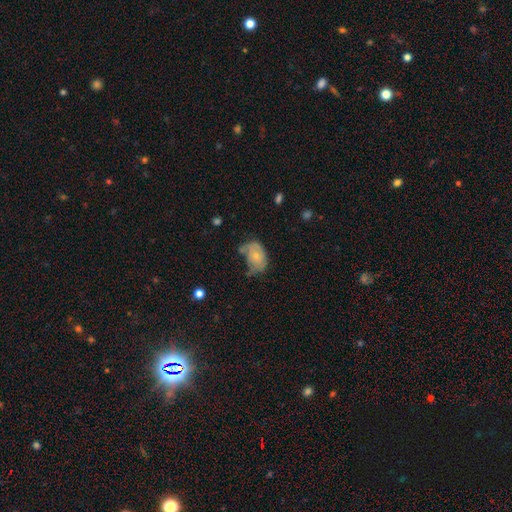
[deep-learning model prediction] This appears to be a smooth galaxy with no disk features (54%) that is in between round and cigar-shaped (78%). Merging: minor disturbance (37%).